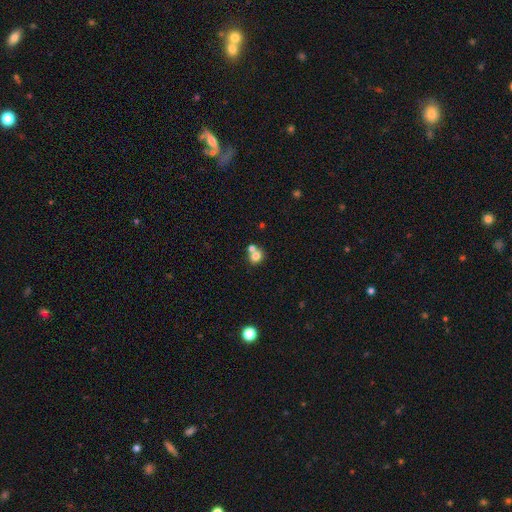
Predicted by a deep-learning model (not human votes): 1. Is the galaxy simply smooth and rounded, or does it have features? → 77% smooth, 12% star or artifact, 11% featured or disk.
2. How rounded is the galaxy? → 76% round, 23% in between, 1% cigar-shaped.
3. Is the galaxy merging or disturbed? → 46% none, 43% merger, 8% minor disturbance, 3% major disturbance.